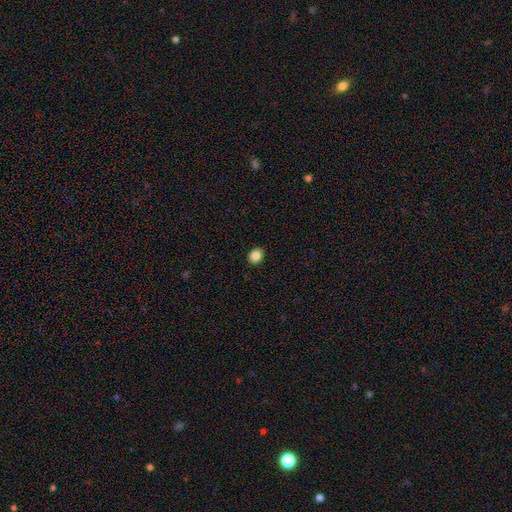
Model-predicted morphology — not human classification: smooth 86%, star or artifact 10%, featured or disk 4%. Down the decision tree: how rounded — round (58%); merging — none (91%).